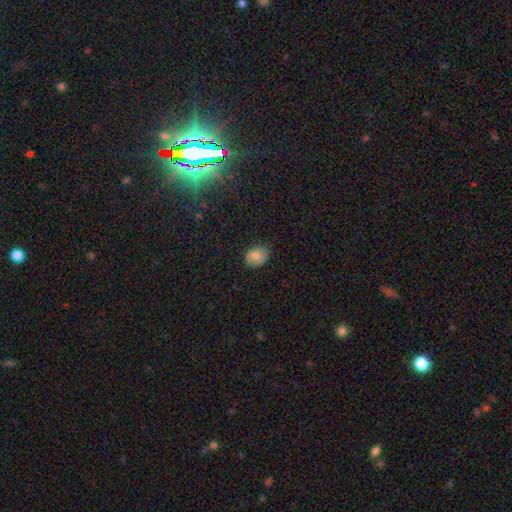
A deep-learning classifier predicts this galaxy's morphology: smooth-or-featured: smooth: 73% | featured or disk: 18% | star or artifact: 9%
  how-rounded: in between: 61% | round: 38% | cigar-shaped: 1%
  merging: none: 73% | minor disturbance: 22% | major disturbance: 4% | merger: 1%